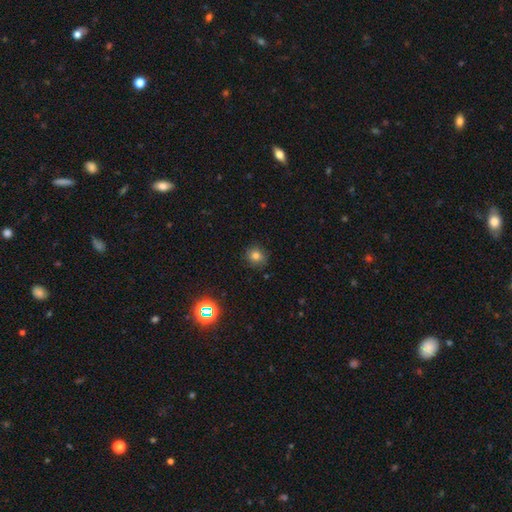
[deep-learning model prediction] The model was most divided on "smooth or featured": smooth: 77%, star or artifact: 16%, featured or disk: 7%. More confident: how rounded — round (85%); merging — none (85%).